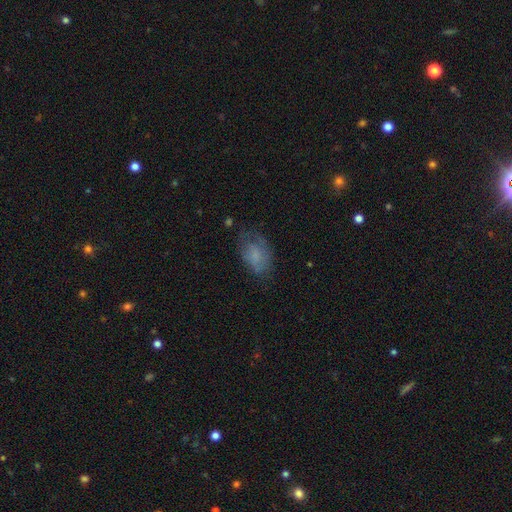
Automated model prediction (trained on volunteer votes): A smooth galaxy with no disk features (64%) that is in between round and cigar-shaped (87%).

Vote fractions:
- Smooth or featured? smooth: 64% / featured or disk: 25% / star or artifact: 11%
- How rounded? in between: 87% / round: 12% / cigar-shaped: 2%
- Merging? none: 53% / minor disturbance: 28% / major disturbance: 17% / merger: 2%